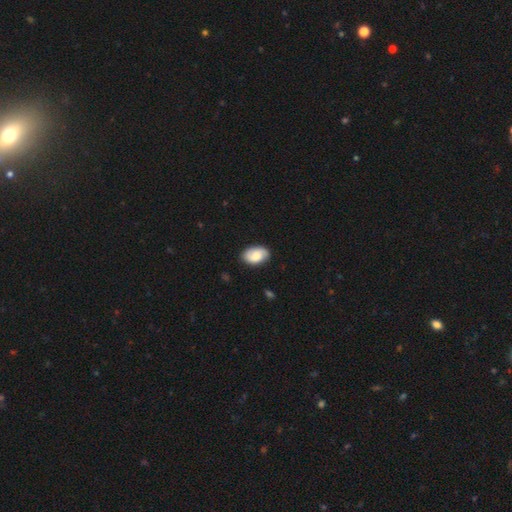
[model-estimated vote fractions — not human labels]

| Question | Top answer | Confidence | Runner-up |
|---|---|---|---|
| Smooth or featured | smooth | 60% | featured or disk (33%) |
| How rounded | in between | 91% | round (8%) |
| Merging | none | 82% | minor disturbance (14%) |